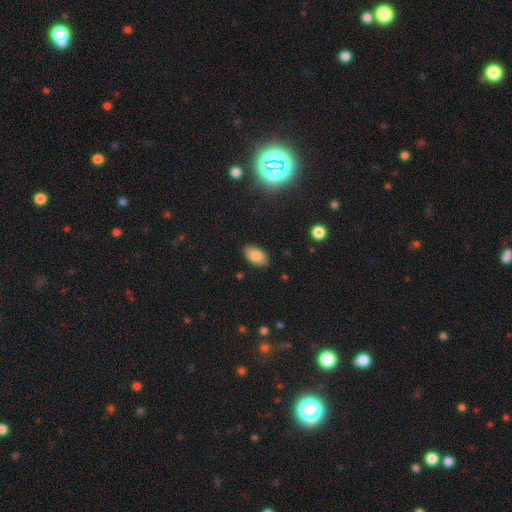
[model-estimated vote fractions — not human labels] This appears to be a smooth galaxy with no disk features (84%) that is in between round and cigar-shaped (94%). Merging: none (87%).